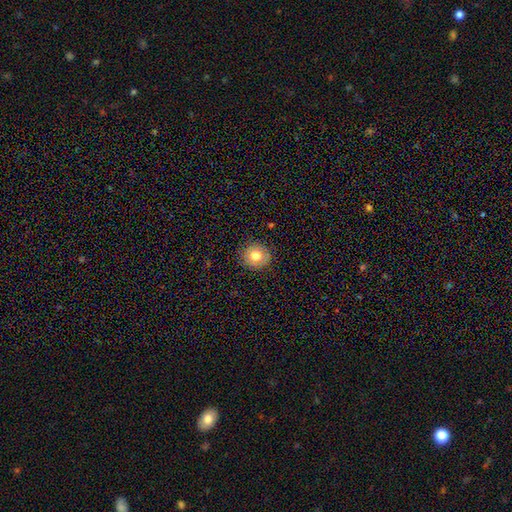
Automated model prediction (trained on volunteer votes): Overall: smooth (76%). How rounded: round (87%). Merging: none (89%).